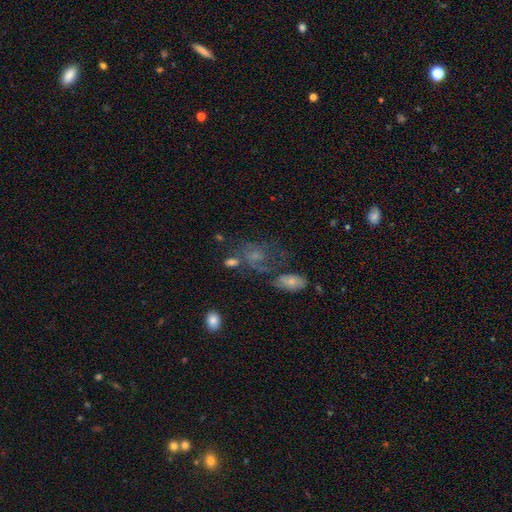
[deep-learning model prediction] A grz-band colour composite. It shows a featured or disk galaxy (46%). Merging: none (36%).